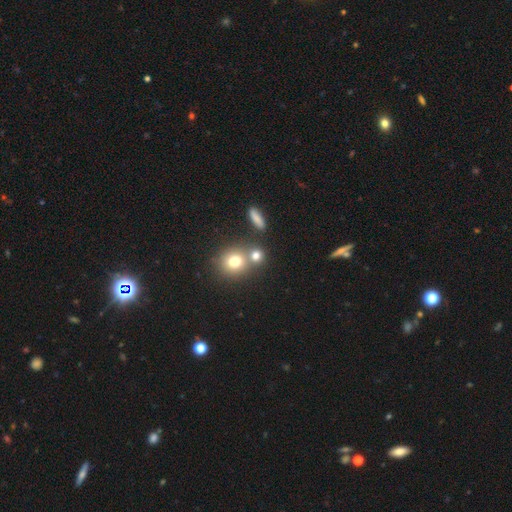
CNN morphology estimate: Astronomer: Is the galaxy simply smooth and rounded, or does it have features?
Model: smooth — 75%.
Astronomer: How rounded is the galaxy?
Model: round — 81%.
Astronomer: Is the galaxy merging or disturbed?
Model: none — 54% (runner-up: merger, 35%).